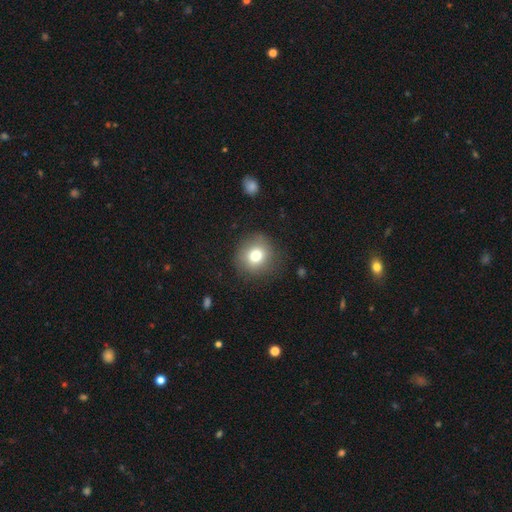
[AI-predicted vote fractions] A smooth galaxy with no disk features (76%) that is round (88%). Merging: none (85%).